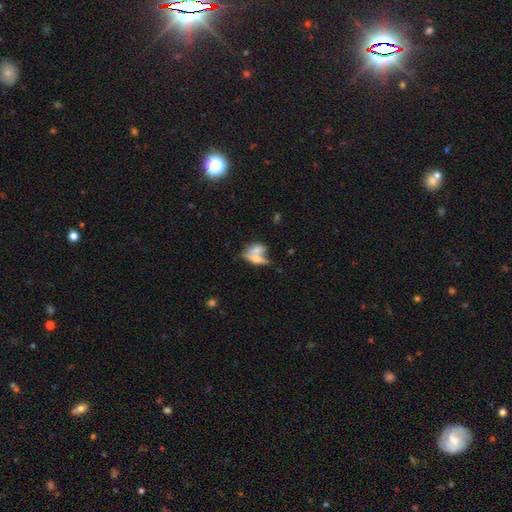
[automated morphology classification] Smooth or featured? Predicted: smooth (p=0.60). How rounded? Predicted: in between (p=0.69). Merging? Predicted: merger (p=0.60).